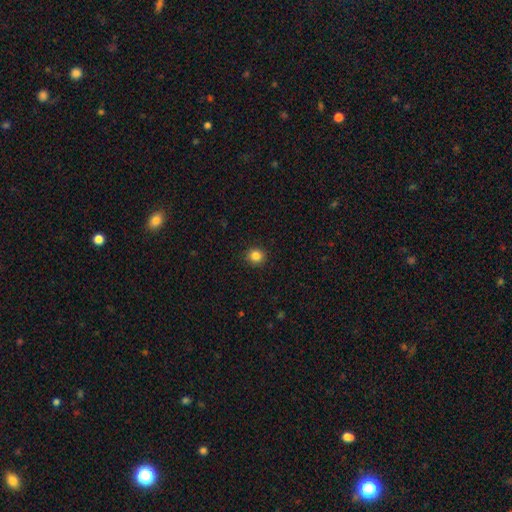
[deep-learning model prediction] Smooth or featured: smooth — 84% (star or artifact — 11%)
How rounded: round — 88% (in between — 11%)
Merging: none — 91% (minor disturbance — 6%)